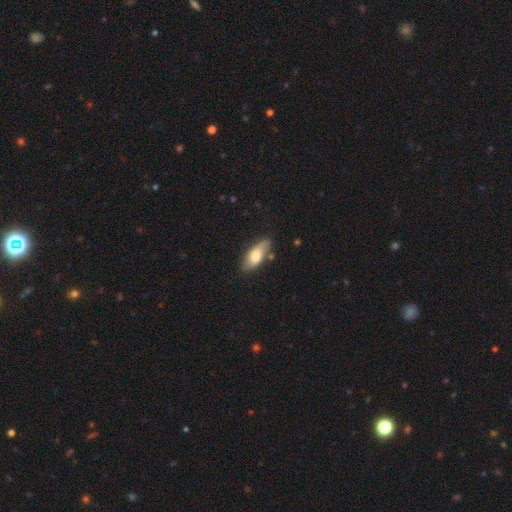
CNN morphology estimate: A smooth galaxy with no disk features (63%) that is in between round and cigar-shaped (83%). Merging: none (72%).